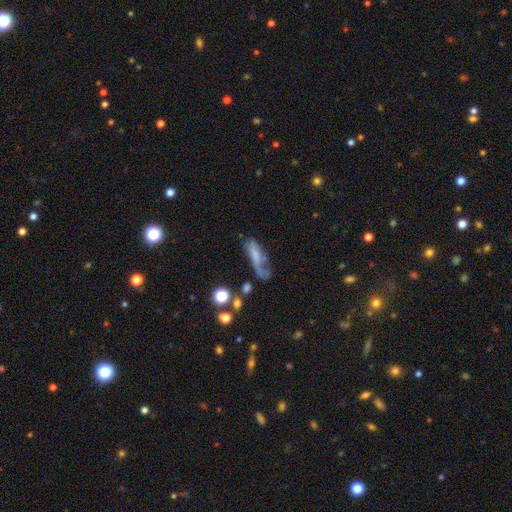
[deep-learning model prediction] The model was most divided on "merging": major disturbance: 33%, none: 31%, minor disturbance: 24%, merger: 12%. More confident: how rounded — cigar-shaped (51%); smooth or featured — smooth (50%).